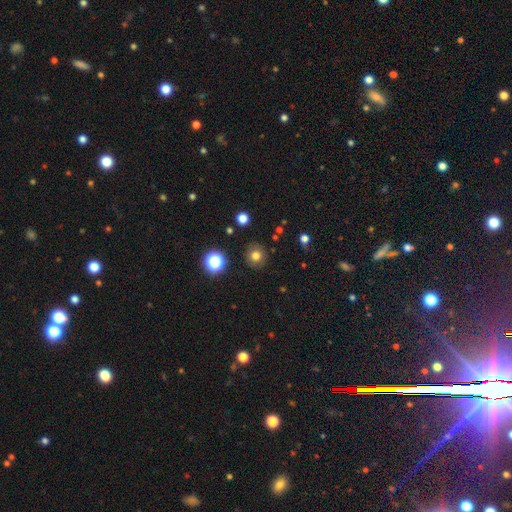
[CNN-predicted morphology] This is likely a smooth galaxy (76%). How rounded: clearly round (91%). Merging: clearly none (88%).